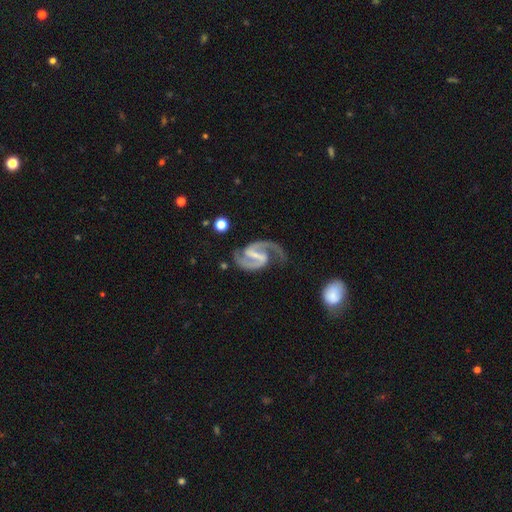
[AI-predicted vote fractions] This appears to be a featured or disk galaxy (93%) with a strong bar (64%), 2 (94%) medium (61%) spiral arms (98%) and a small central bulge (55%). Merging: none (75%).